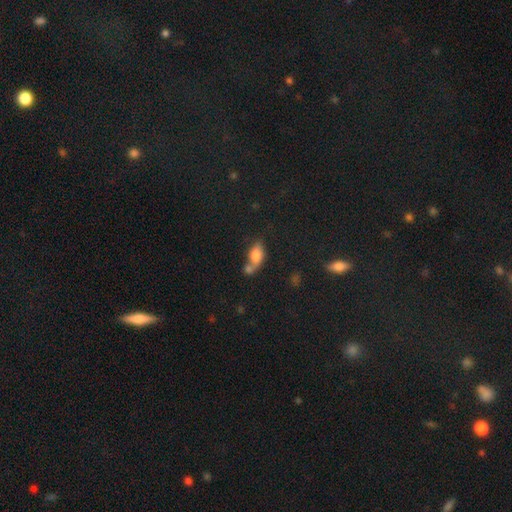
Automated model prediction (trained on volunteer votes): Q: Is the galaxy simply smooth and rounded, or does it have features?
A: smooth — 73%.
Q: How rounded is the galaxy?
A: in between — 82%.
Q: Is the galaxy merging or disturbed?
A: merger — 49%.